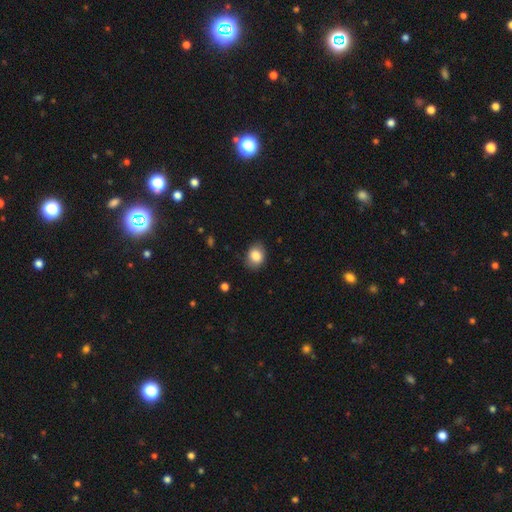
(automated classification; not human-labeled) A smooth galaxy with no disk features (84%) that is in between round and cigar-shaped (56%). Merging: none (81%).